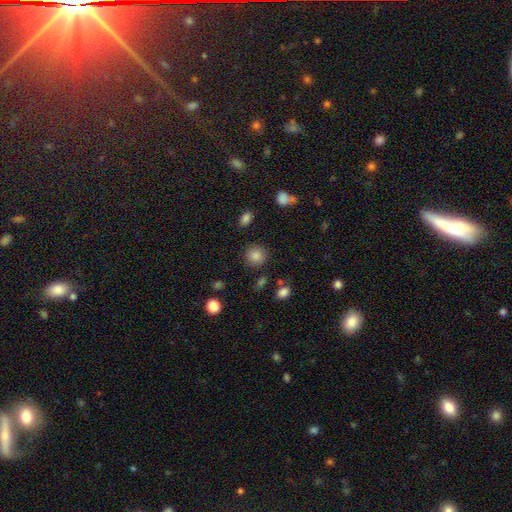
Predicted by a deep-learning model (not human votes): Smooth or featured? smooth (84%)
How rounded? round (90%)
Merging? none (87%)